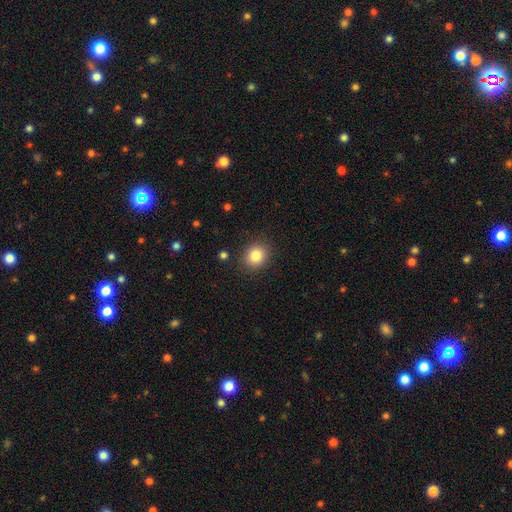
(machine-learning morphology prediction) The model was most divided on "how rounded": round: 72%, in between: 27%, cigar-shaped: 1%. More confident: merging — none (88%); smooth or featured — smooth (84%).